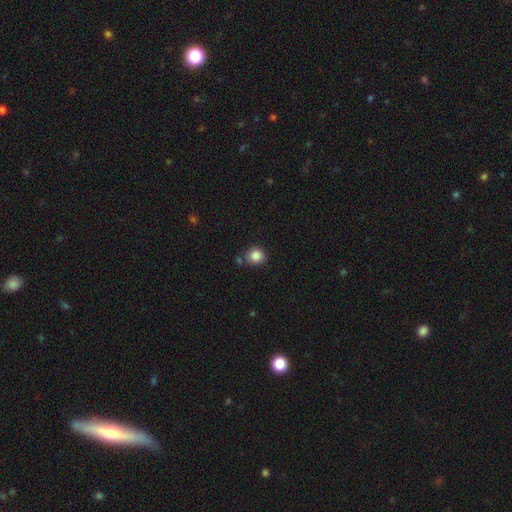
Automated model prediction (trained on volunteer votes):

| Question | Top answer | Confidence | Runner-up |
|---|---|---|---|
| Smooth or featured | smooth | 86% | star or artifact (10%) |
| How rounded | round | 89% | in between (10%) |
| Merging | none | 78% | minor disturbance (11%) |